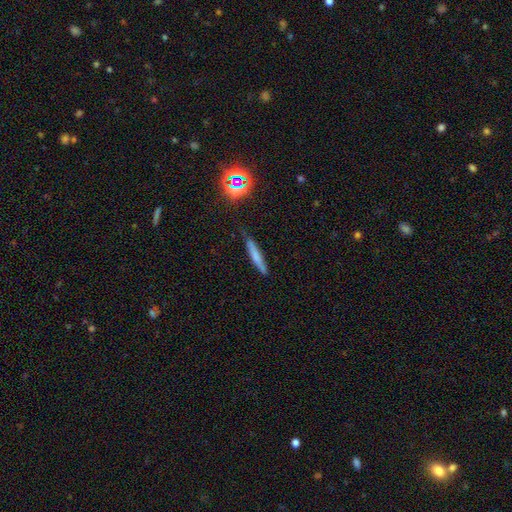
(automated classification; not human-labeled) Smooth or featured: smooth — 64% (featured or disk — 25%)
How rounded: cigar-shaped — 93% (in between — 5%)
Merging: none — 82% (minor disturbance — 13%)